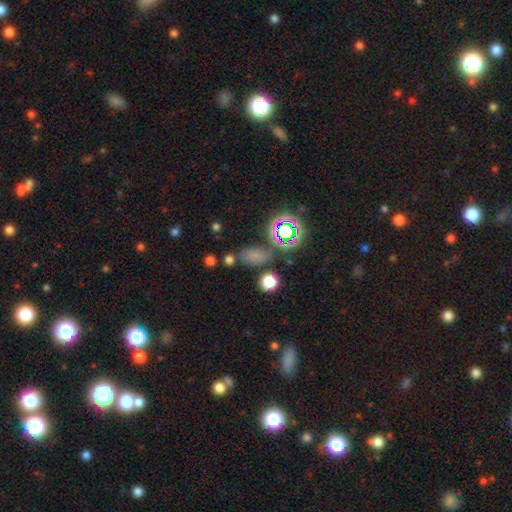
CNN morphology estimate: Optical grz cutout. It shows a smooth galaxy with no disk features (64%) that is in between round and cigar-shaped (78%). Merging: none (72%).